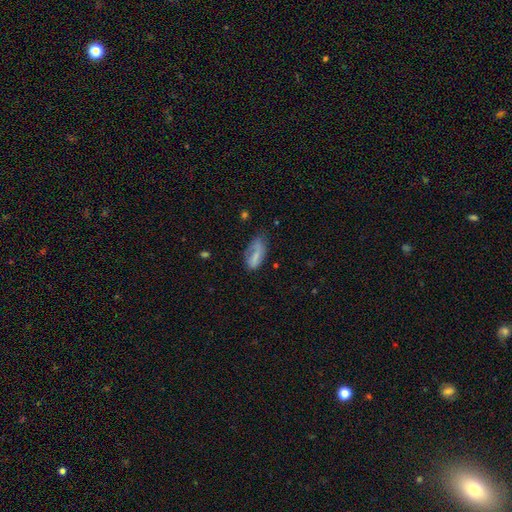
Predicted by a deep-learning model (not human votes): Smooth or featured?
  - smooth: 67% *
  - featured or disk: 25%
  - star or artifact: 8%
How rounded?
  - in between: 86% *
  - cigar-shaped: 11%
  - round: 3%
Merging?
  - none: 42% *
  - minor disturbance: 35%
  - major disturbance: 20%
  - merger: 4%